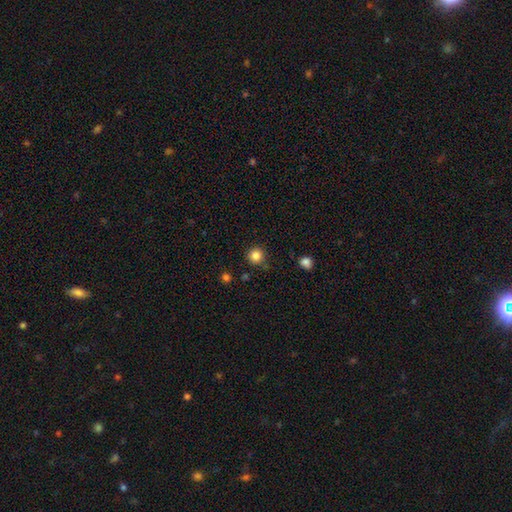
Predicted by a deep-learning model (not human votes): Smooth or featured?
  - smooth: 84% *
  - star or artifact: 12%
  - featured or disk: 4%
How rounded?
  - round: 95% *
  - in between: 5%
  - cigar-shaped: 1%
Merging?
  - none: 88% *
  - minor disturbance: 7%
  - merger: 3%
  - major disturbance: 2%